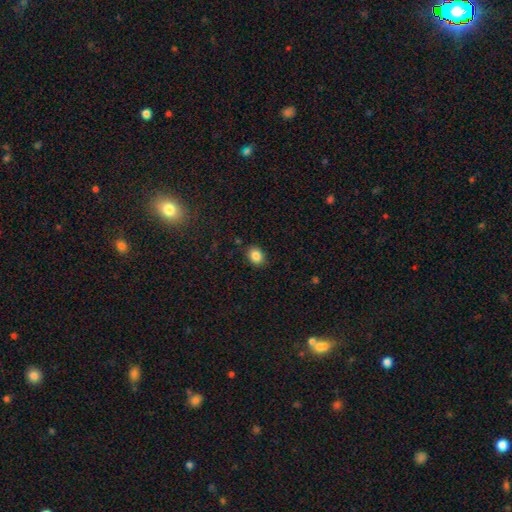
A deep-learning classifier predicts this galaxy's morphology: Q: Smooth or featured?
A: smooth (86%); runner-up: star or artifact (10%)
Q: How rounded?
A: in between (59%); runner-up: round (40%)
Q: Merging?
A: none (86%); runner-up: minor disturbance (10%)